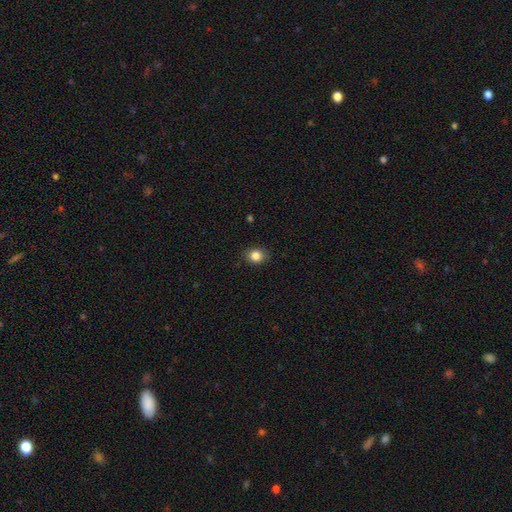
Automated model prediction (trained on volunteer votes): Smooth or featured? Predicted: smooth (p=0.84). How rounded? Predicted: round (p=0.58). Merging? Predicted: none (p=0.86).